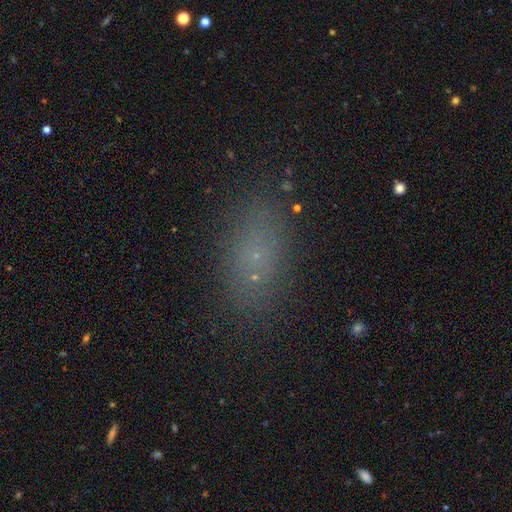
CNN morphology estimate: This appears to be a smooth galaxy with no disk features (67%) that is in between round and cigar-shaped (83%). Merging: none (83%).